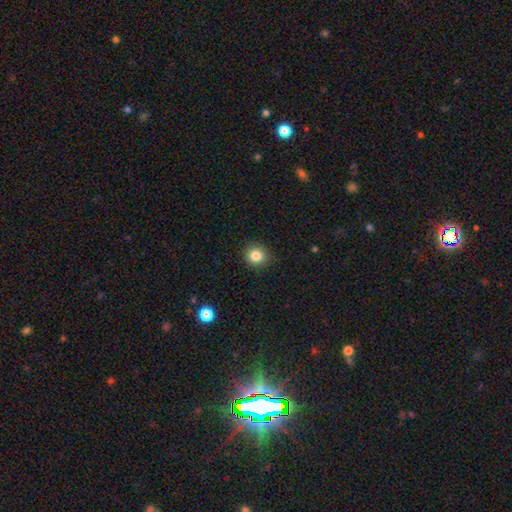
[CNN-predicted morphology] Smooth or featured? Predicted: smooth (p=0.84). How rounded? Predicted: round (p=0.90). Merging? Predicted: none (p=0.90).